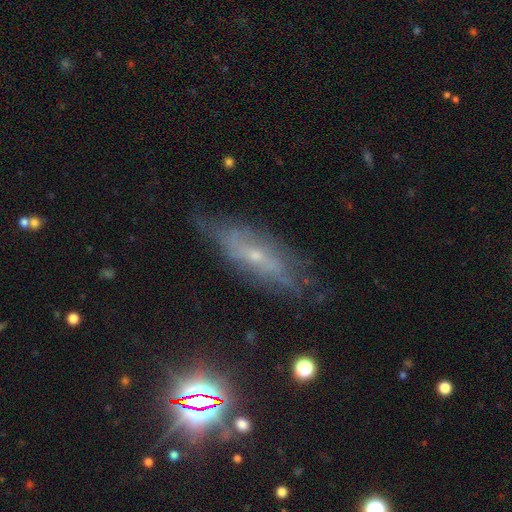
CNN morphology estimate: featured or disk 62%, smooth 24%, star or artifact 14%. Down the decision tree: edge-on disk — no (63%); merging — none (69%).